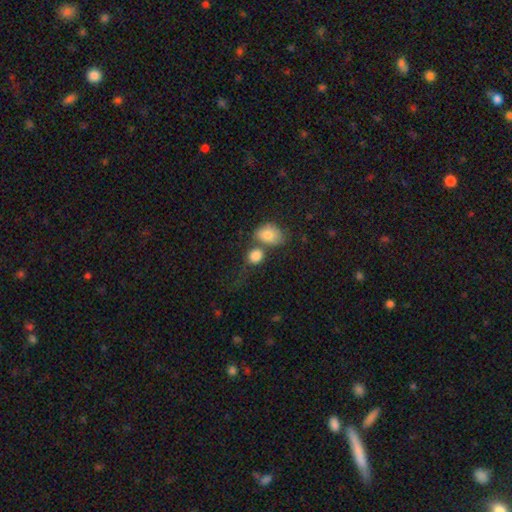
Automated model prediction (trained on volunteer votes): Smooth or featured? Predicted: smooth (p=0.83). How rounded? Predicted: round (p=0.56). Merging? Predicted: none (p=0.41).